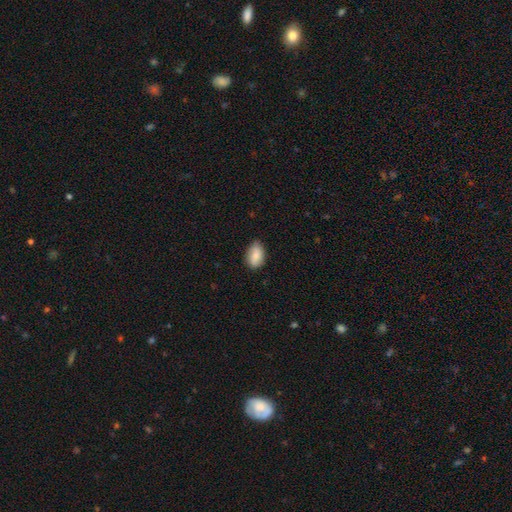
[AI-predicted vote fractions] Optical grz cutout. It shows a smooth galaxy with no disk features (85%) that is in between round and cigar-shaped (89%). Merging: none (72%).